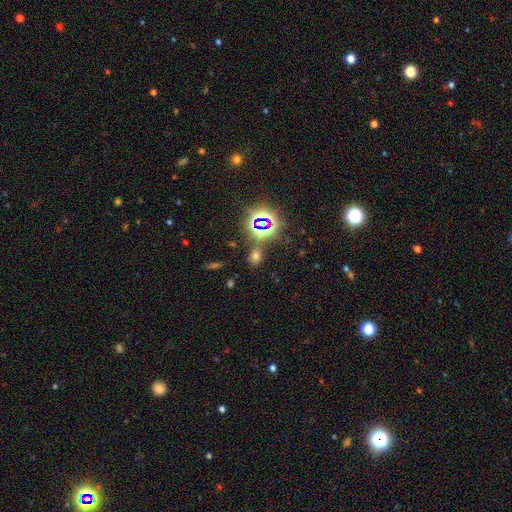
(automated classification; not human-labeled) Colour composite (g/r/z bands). It shows a smooth galaxy with no disk features (53%) that is in between round and cigar-shaped (52%). Merging: none (76%).